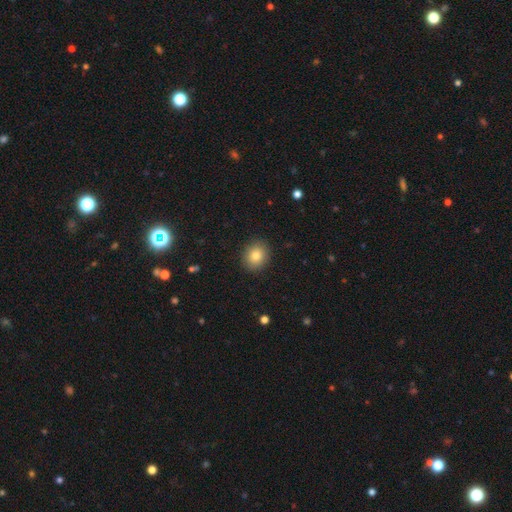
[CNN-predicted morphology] Overall: smooth (82%). How rounded: round (63%; in between 36%). Merging: none (90%).